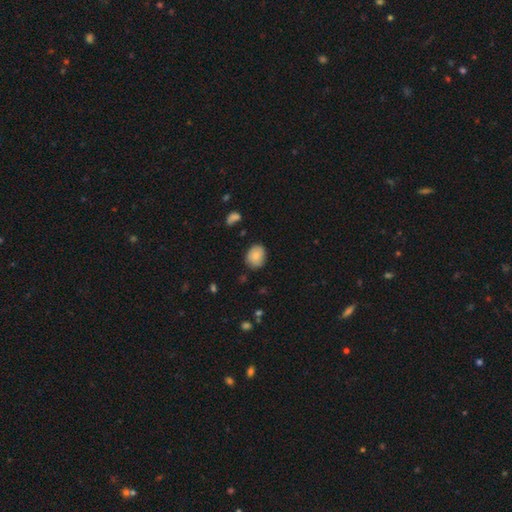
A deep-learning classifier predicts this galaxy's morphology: A smooth galaxy with no disk features (78%) that is round (50%). Merging: none (76%).